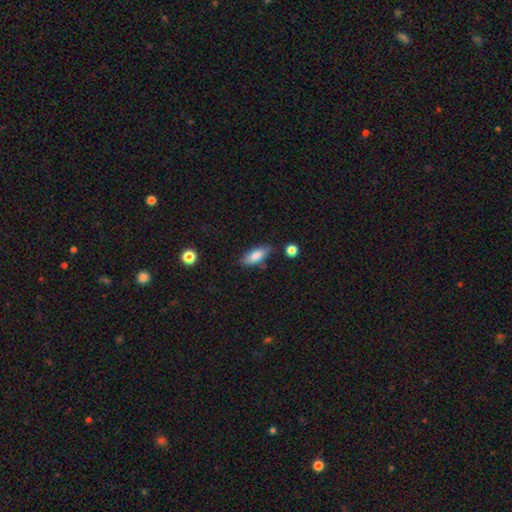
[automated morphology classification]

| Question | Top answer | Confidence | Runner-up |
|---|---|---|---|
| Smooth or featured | smooth | 79% | featured or disk (14%) |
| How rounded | in between | 69% | cigar-shaped (28%) |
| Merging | none | 73% | minor disturbance (19%) |